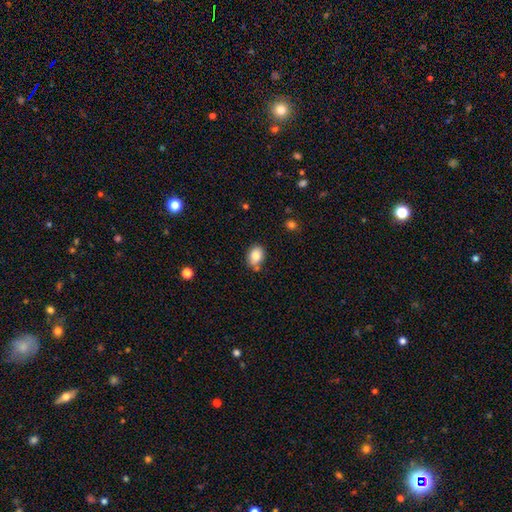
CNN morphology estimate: Smooth or featured?
  - smooth: 83% *
  - star or artifact: 9%
  - featured or disk: 8%
How rounded?
  - in between: 71% *
  - round: 28%
  - cigar-shaped: 1%
Merging?
  - none: 69% *
  - minor disturbance: 17%
  - merger: 10%
  - major disturbance: 3%